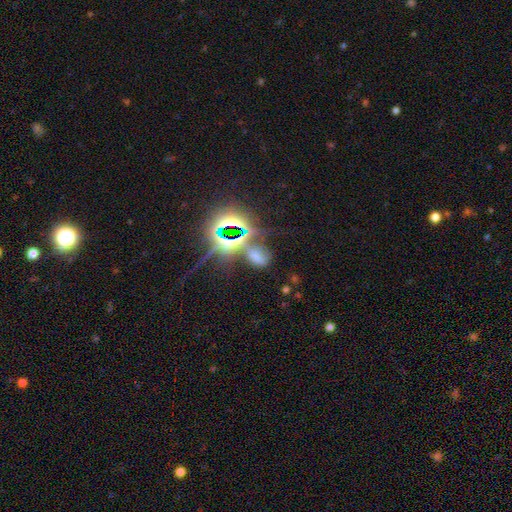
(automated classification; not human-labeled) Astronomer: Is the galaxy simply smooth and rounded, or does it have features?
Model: star or artifact — 51% (runner-up: smooth, 36%).